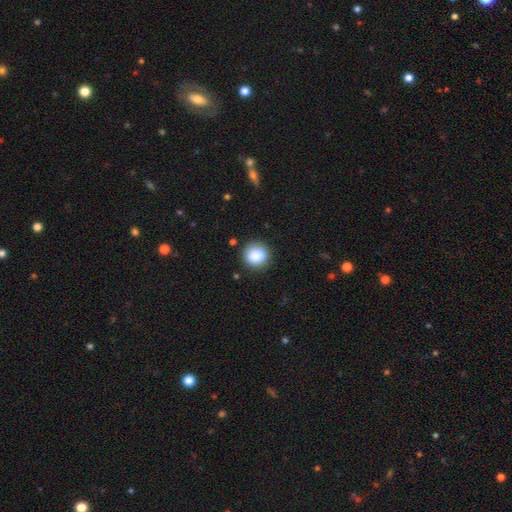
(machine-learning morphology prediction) A smooth galaxy with no disk features (87%) that is round (89%).

Vote fractions:
- Smooth or featured? smooth: 87% / star or artifact: 9% / featured or disk: 5%
- How rounded? round: 89% / in between: 10% / cigar-shaped: 1%
- Merging? none: 87% / minor disturbance: 9% / major disturbance: 3% / merger: 2%